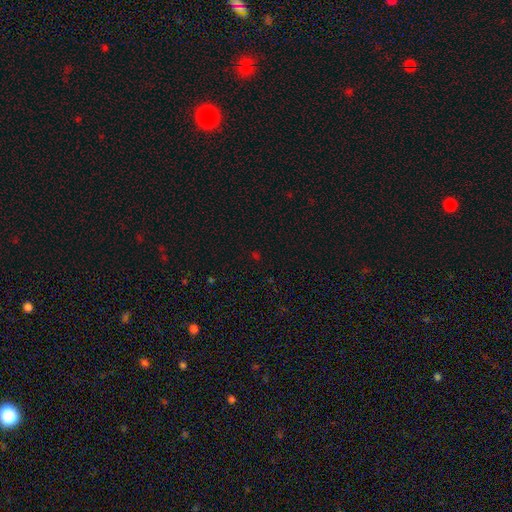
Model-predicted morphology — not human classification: Smooth or featured? Predicted: star or artifact (p=0.61).